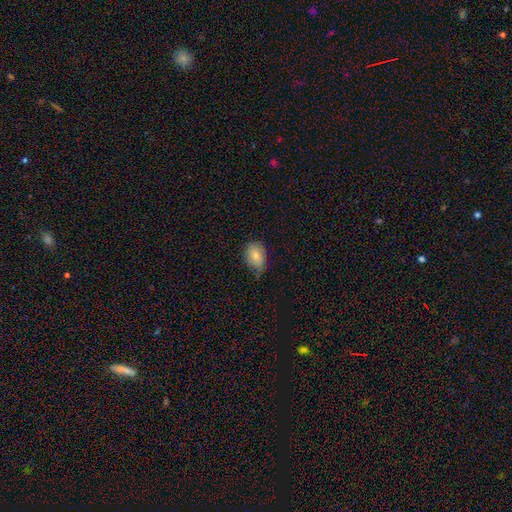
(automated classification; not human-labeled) smooth 70%, featured or disk 20%, star or artifact 10%. Down the decision tree: how rounded — in between (71%); merging — none (55%).